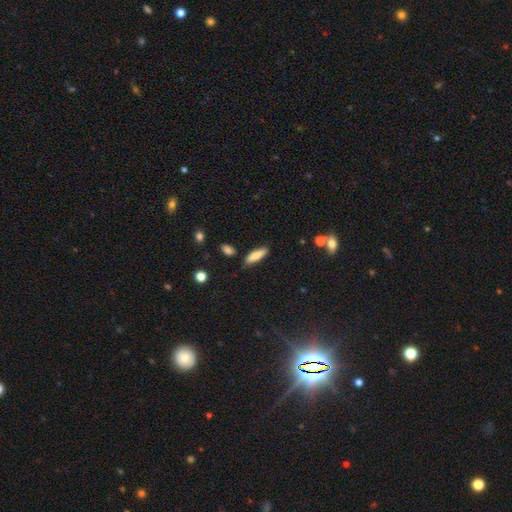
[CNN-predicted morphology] type=smooth (78%); roundness=cigar-shaped (62%); merging=none (80%).